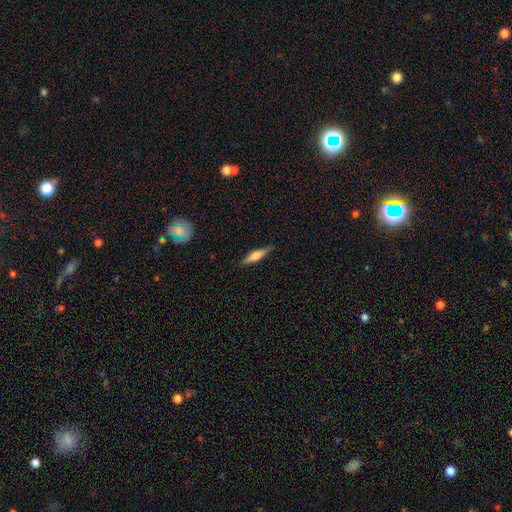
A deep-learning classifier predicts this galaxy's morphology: This appears to be a featured or disk galaxy (53%) viewed edge-on (96%) with a rounded central bulge (77%). Merging: none (87%).